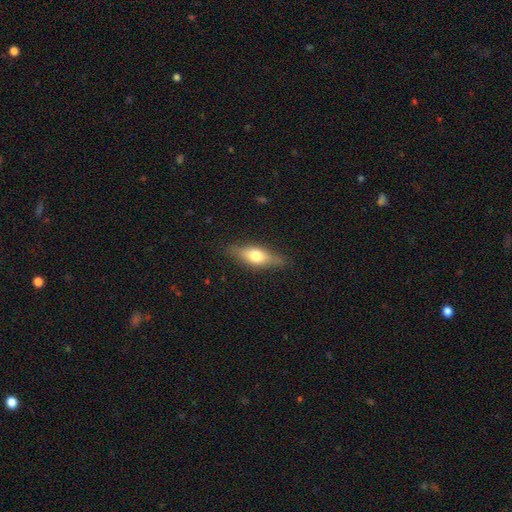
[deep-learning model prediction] The model was most divided on "smooth or featured": smooth: 58%, featured or disk: 36%, star or artifact: 7%. More confident: merging — none (82%); how rounded — in between (60%).